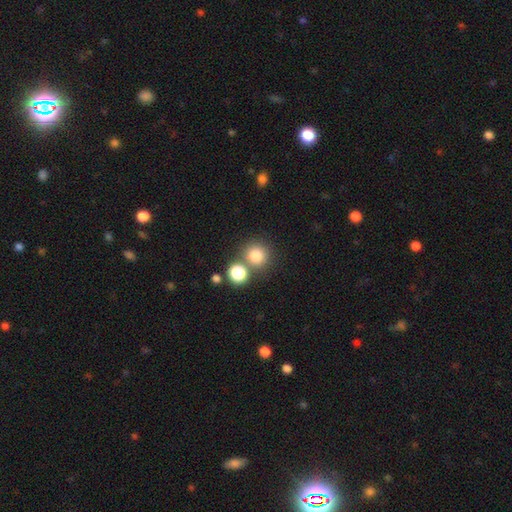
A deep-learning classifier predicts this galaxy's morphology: A smooth galaxy with no disk features (80%) that is round (91%). Merging: none (68%).